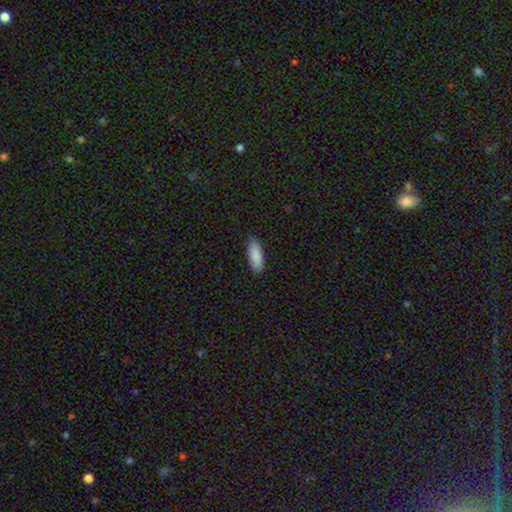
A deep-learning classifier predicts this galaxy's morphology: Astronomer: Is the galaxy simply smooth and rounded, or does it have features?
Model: smooth — 88%.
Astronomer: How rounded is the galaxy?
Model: in between — 68%.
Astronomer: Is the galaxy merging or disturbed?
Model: none — 89%.